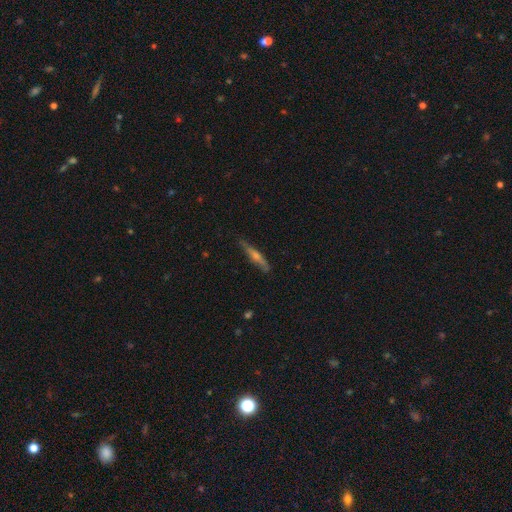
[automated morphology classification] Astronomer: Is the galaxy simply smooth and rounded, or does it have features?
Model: featured or disk — 65%.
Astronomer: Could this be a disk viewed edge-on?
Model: yes — 95%.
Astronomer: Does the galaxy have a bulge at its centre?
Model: rounded — 81%.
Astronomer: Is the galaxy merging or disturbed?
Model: none — 83%.